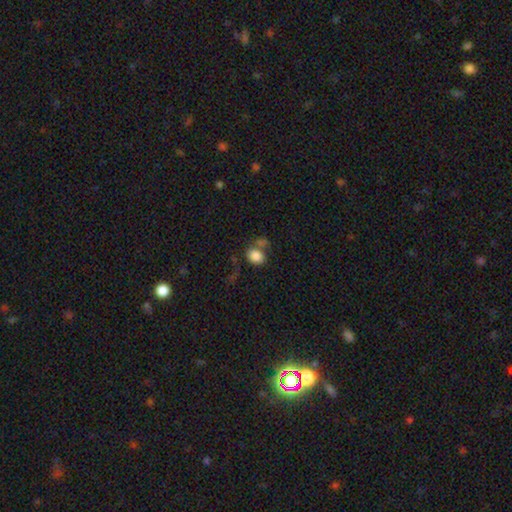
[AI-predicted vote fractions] This is clearly a smooth galaxy (83%). How rounded: possibly round (50%). Merging: marginally none (44%).